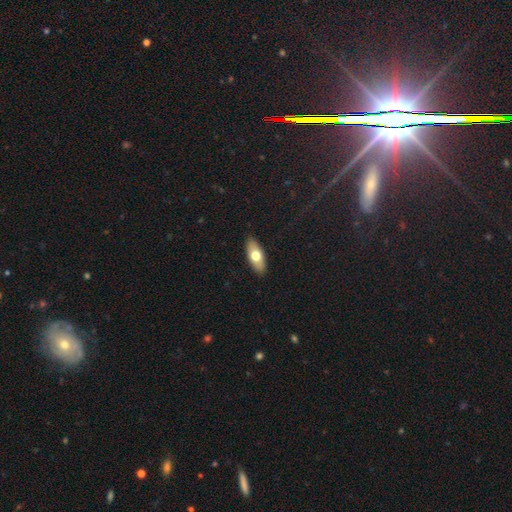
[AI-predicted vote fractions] smooth_or_featured: smooth (p=0.65) [alt: featured or disk p=0.29]
how_rounded: in between (p=0.79) [alt: cigar-shaped p=0.18]
merging: none (p=0.89) [alt: minor disturbance p=0.08]